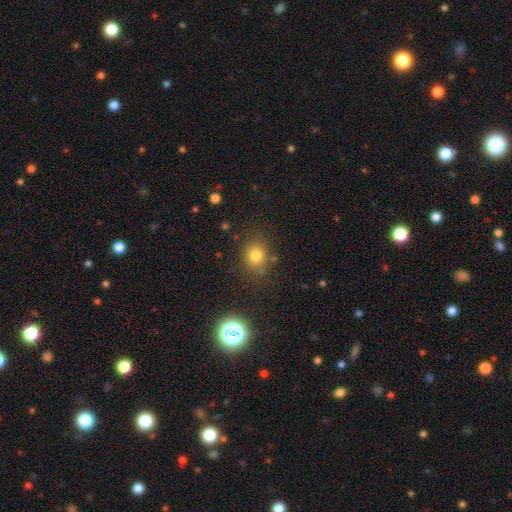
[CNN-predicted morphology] Smooth or featured?
  - smooth: 77% *
  - star or artifact: 15%
  - featured or disk: 8%
How rounded?
  - round: 70% *
  - in between: 29%
  - cigar-shaped: 1%
Merging?
  - none: 78% *
  - minor disturbance: 13%
  - major disturbance: 5%
  - merger: 4%